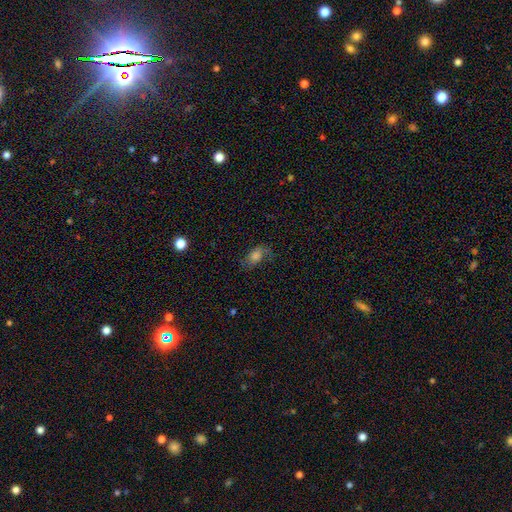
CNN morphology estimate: A smooth galaxy with no disk features (64%) that is in between round and cigar-shaped (82%).

Vote fractions:
- Smooth or featured? smooth: 64% / featured or disk: 22% / star or artifact: 14%
- How rounded? in between: 82% / round: 14% / cigar-shaped: 4%
- Merging? none: 62% / minor disturbance: 24% / major disturbance: 13% / merger: 2%